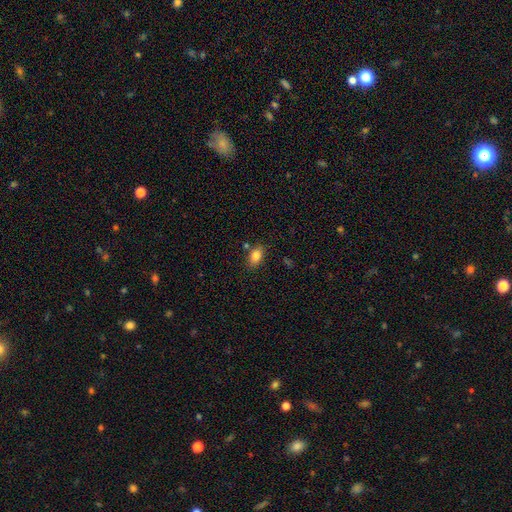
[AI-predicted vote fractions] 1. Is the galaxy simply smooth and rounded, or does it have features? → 83% smooth, 9% star or artifact, 8% featured or disk.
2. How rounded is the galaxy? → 86% in between, 11% round, 3% cigar-shaped.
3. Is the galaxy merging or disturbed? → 79% none, 13% minor disturbance, 5% merger, 3% major disturbance.